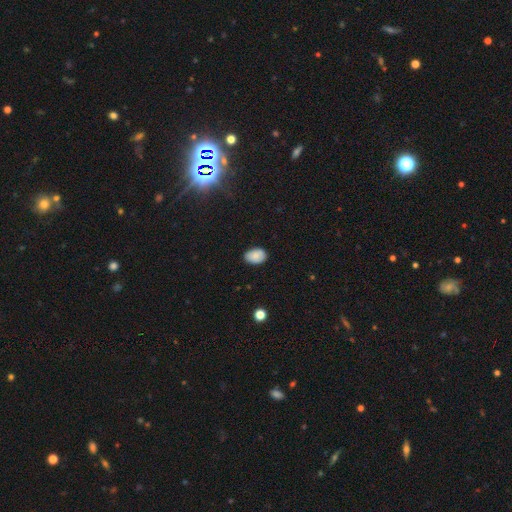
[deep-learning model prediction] smooth_or_featured: smooth (p=0.84) [alt: star or artifact p=0.09]
how_rounded: in between (p=0.84) [alt: round p=0.15]
merging: none (p=0.81) [alt: minor disturbance p=0.15]